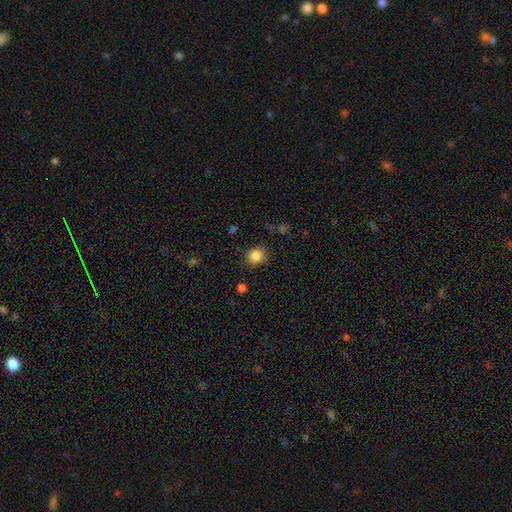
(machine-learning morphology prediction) Smooth or featured? smooth (85%)
How rounded? round (73%)
Merging? none (82%)